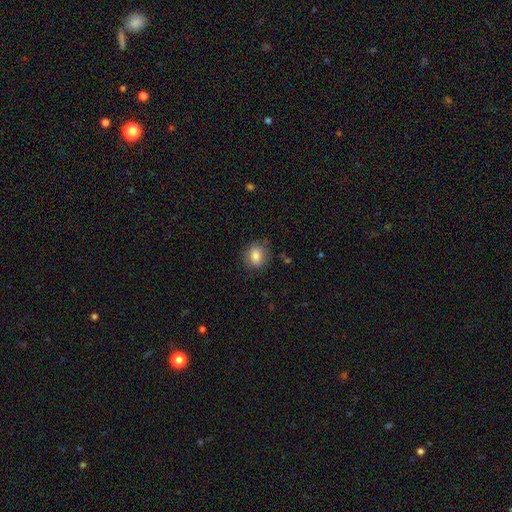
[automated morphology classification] Smooth or featured: smooth — 80% (featured or disk — 11%)
How rounded: round — 54% (in between — 45%)
Merging: none — 75% (minor disturbance — 17%)